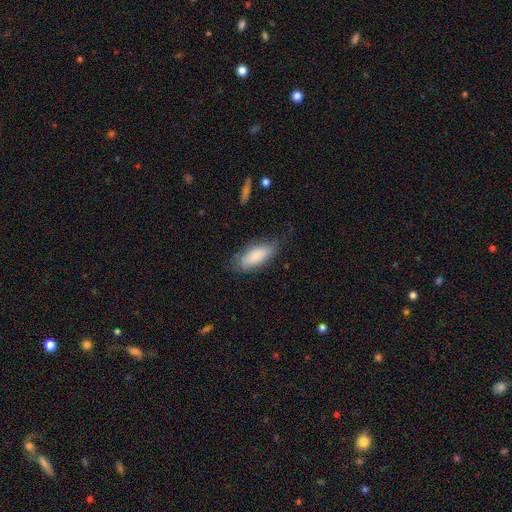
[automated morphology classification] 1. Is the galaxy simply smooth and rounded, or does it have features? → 81% smooth, 12% featured or disk, 6% star or artifact.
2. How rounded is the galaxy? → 81% in between, 17% cigar-shaped, 2% round.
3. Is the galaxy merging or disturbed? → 60% none, 29% minor disturbance, 10% major disturbance, 2% merger.